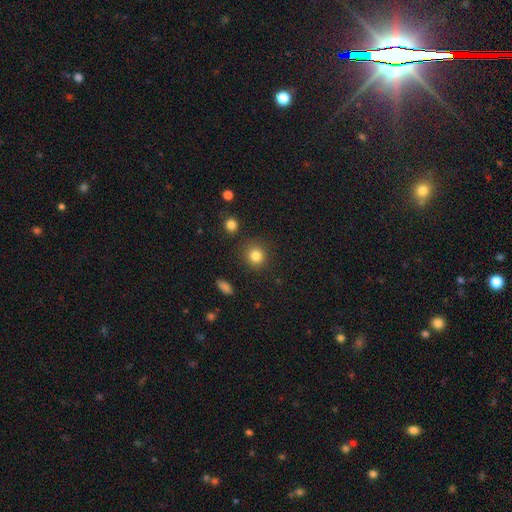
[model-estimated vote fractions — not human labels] smooth_or_featured: smooth (p=0.84) [alt: star or artifact p=0.11]
how_rounded: round (p=0.88) [alt: in between p=0.11]
merging: none (p=0.87) [alt: minor disturbance p=0.08]